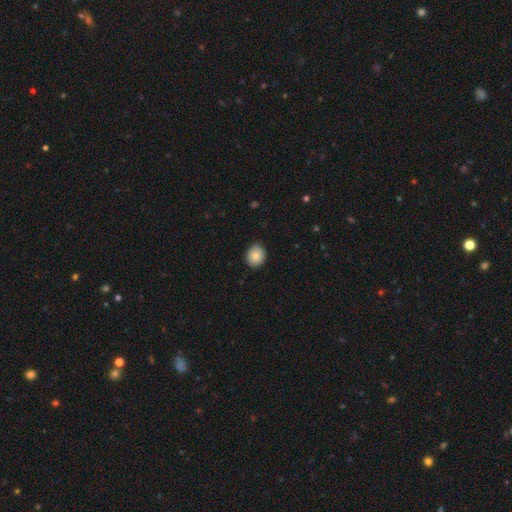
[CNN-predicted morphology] Smooth or featured? smooth (83%)
How rounded? round (68%)
Merging? none (84%)